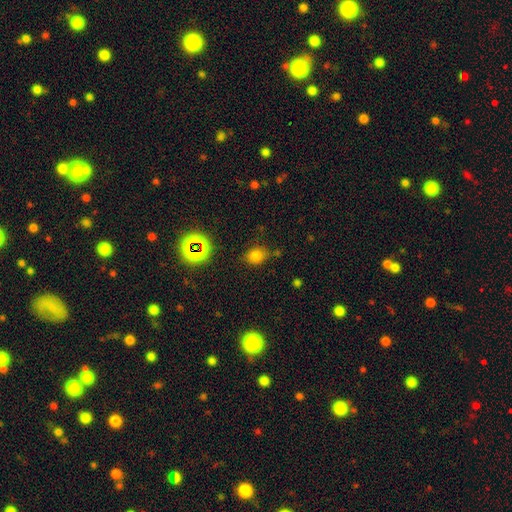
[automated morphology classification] Q: Smooth or featured?
A: smooth (73%); runner-up: star or artifact (21%)
Q: How rounded?
A: round (51%); runner-up: in between (47%)
Q: Merging?
A: none (74%); runner-up: minor disturbance (17%)